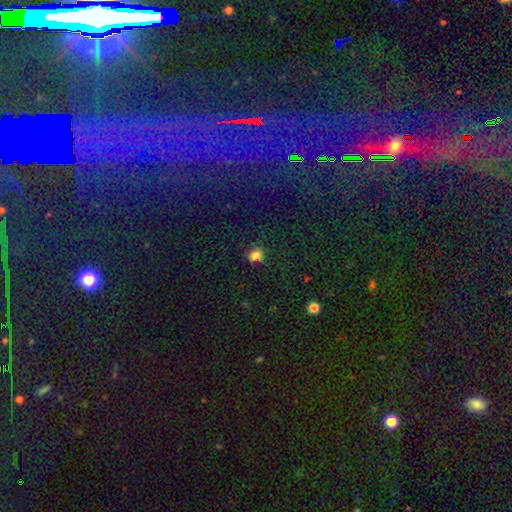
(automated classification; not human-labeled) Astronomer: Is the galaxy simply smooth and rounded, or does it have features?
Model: smooth — 79%.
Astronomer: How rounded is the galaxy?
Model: round — 60% (runner-up: in between, 39%).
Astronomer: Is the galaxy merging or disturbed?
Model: none — 71%.